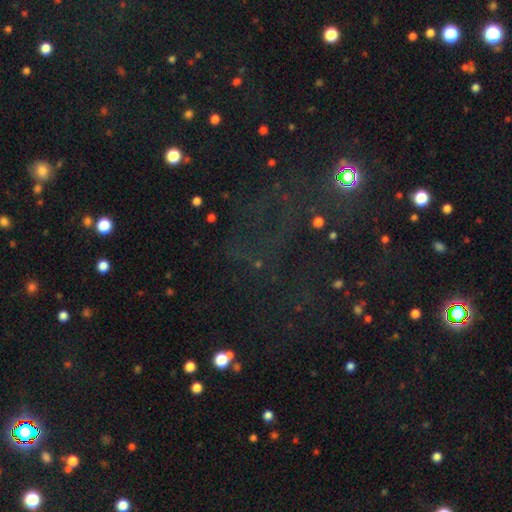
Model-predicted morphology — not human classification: This appears to be a star or artifact, not a galaxy (67%).